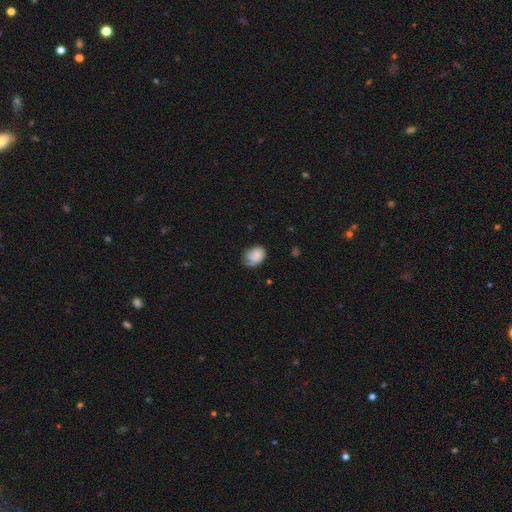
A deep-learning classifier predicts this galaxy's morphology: Smooth or featured: smooth — 72% (featured or disk — 20%)
How rounded: in between — 70% (round — 29%)
Merging: none — 54% (minor disturbance — 32%)